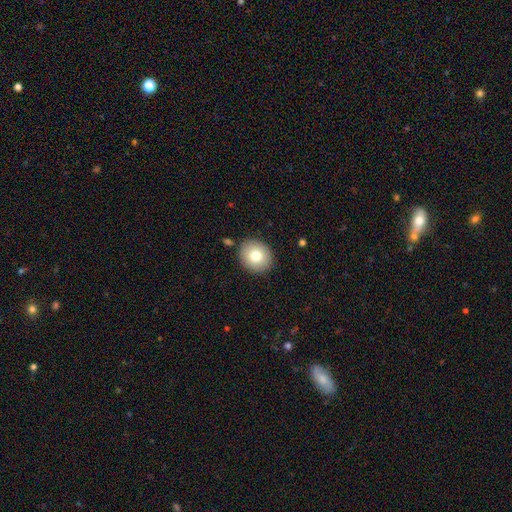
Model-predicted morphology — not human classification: Smooth or featured? Predicted: smooth (p=0.78). How rounded? Predicted: round (p=0.78). Merging? Predicted: none (p=0.88).